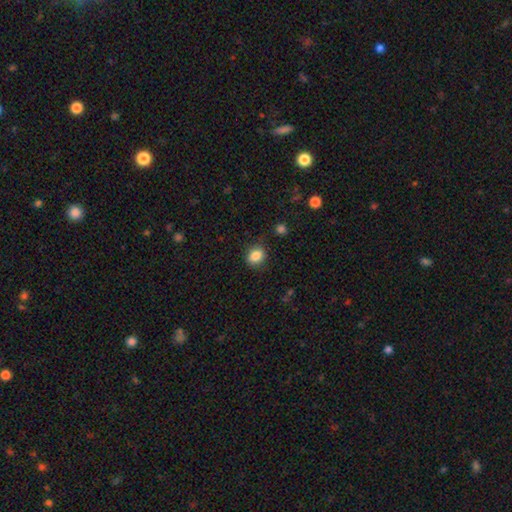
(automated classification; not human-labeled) This appears to be a smooth galaxy with no disk features (85%) that is round (63%). Merging: none (84%).